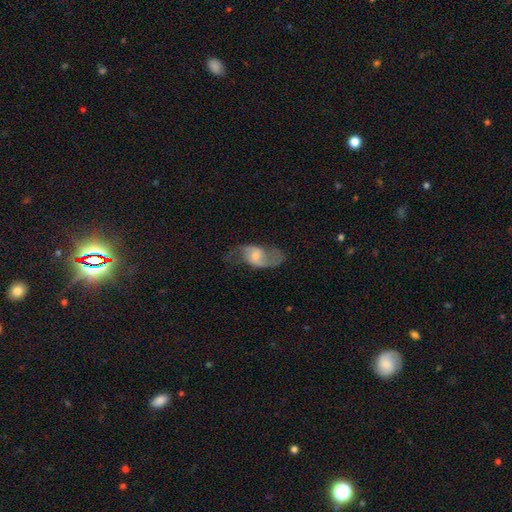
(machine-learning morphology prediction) type=featured or disk (76%); edge-on=no (96%); bar=no (50%); spiral arms=yes (91%); winding=loose (55%); arm count=2 (87%); bulge=small (51%); merging=none (62%).